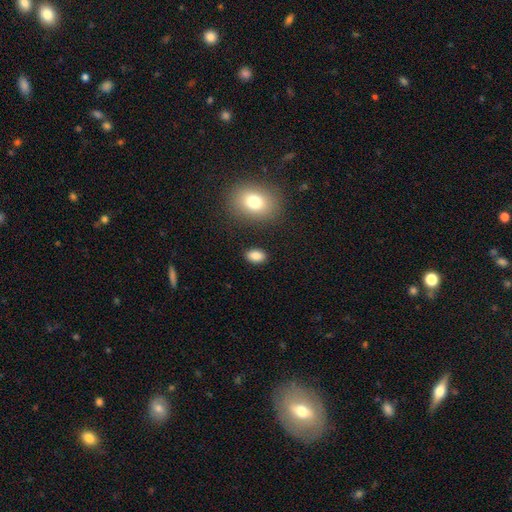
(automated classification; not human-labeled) Overall: smooth (86%). How rounded: in between (85%). Merging: none (86%).